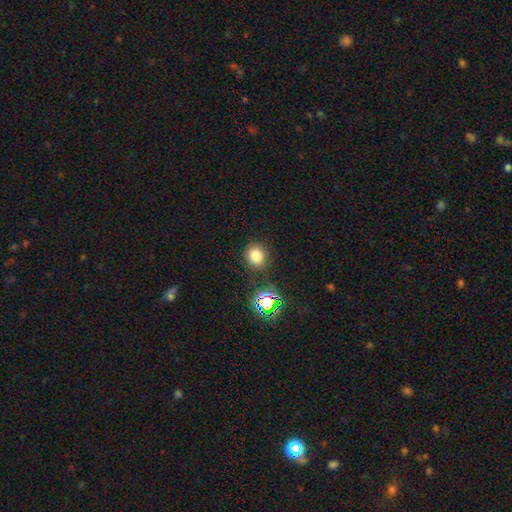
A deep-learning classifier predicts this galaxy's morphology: smooth_or_featured: smooth (p=0.77) [alt: star or artifact p=0.18]
how_rounded: round (p=0.75) [alt: in between p=0.24]
merging: none (p=0.84) [alt: minor disturbance p=0.10]